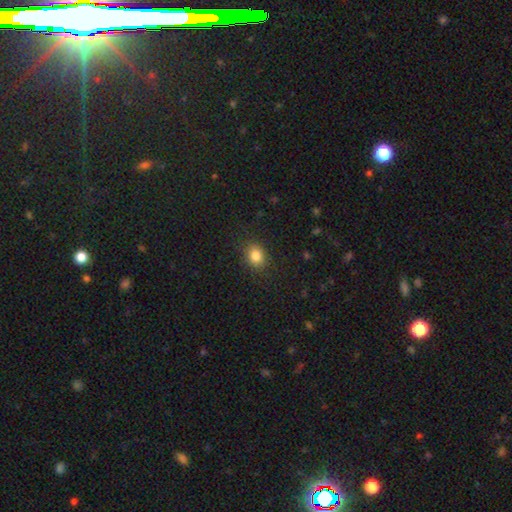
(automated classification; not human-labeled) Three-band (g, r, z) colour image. It shows a smooth galaxy with no disk features (84%) that is round (53%). Merging: none (86%).